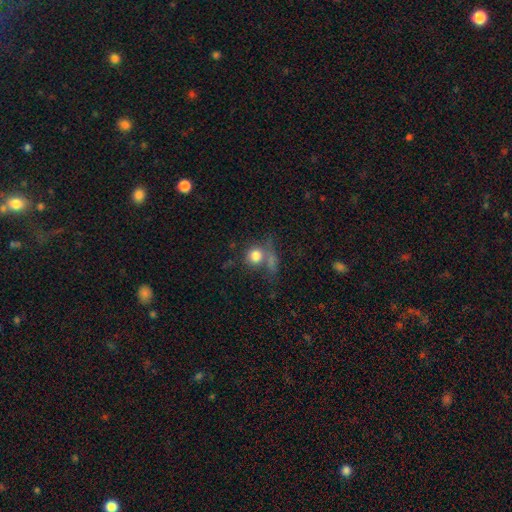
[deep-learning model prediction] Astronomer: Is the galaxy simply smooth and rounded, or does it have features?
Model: smooth — 76%.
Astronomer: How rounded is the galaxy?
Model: round — 81%.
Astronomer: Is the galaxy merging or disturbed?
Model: none — 47% (runner-up: merger, 27%).